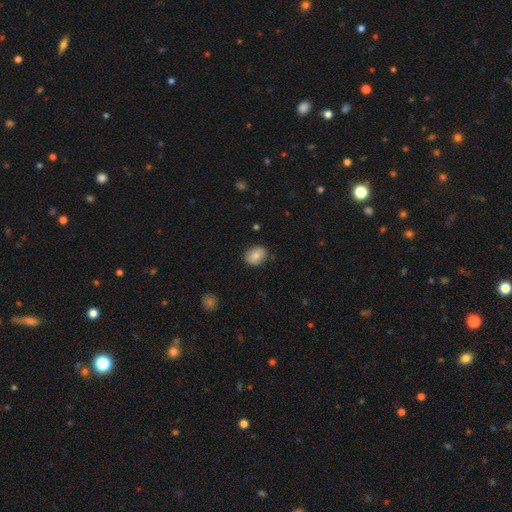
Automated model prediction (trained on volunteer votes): Q: Smooth or featured?
A: smooth (82%); runner-up: featured or disk (10%)
Q: How rounded?
A: in between (59%); runner-up: round (40%)
Q: Merging?
A: none (85%); runner-up: minor disturbance (11%)